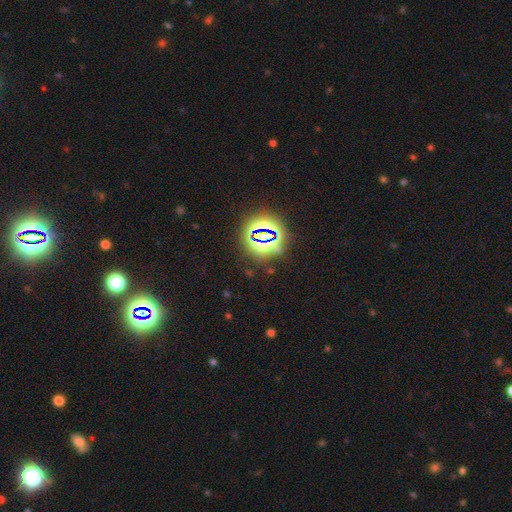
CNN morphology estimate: Smooth or featured: star or artifact — 78% (smooth — 13%)